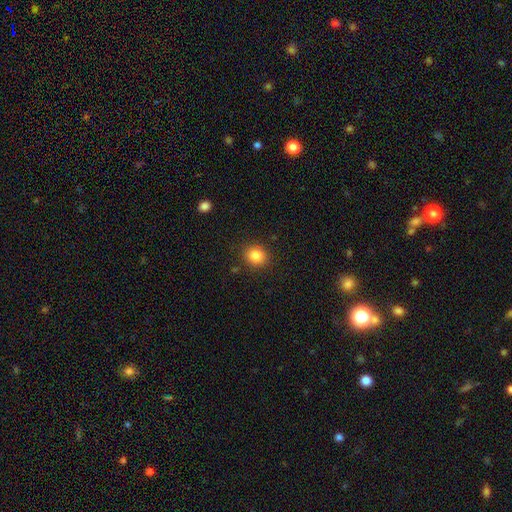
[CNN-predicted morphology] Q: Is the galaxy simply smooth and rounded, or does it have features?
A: smooth — 84%.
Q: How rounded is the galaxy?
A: round — 76%.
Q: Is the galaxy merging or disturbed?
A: none — 87%.